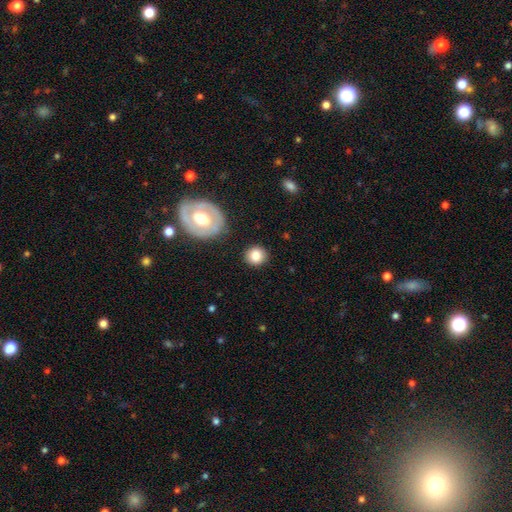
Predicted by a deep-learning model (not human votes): Morphology: type=smooth (81%); roundness=round (87%); merging=none (87%).